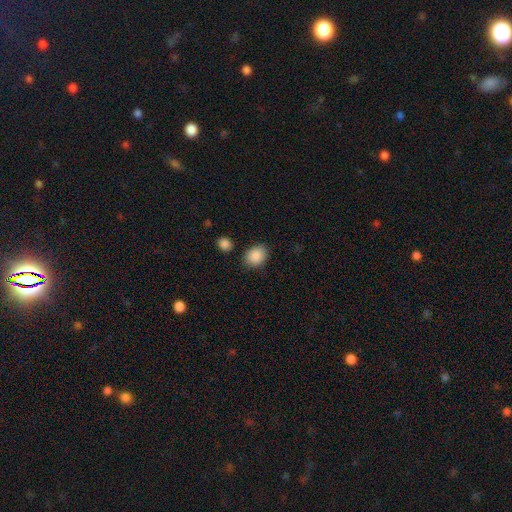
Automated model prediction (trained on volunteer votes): Morphology: type=smooth (89%); roundness=in between (60%); merging=none (82%).